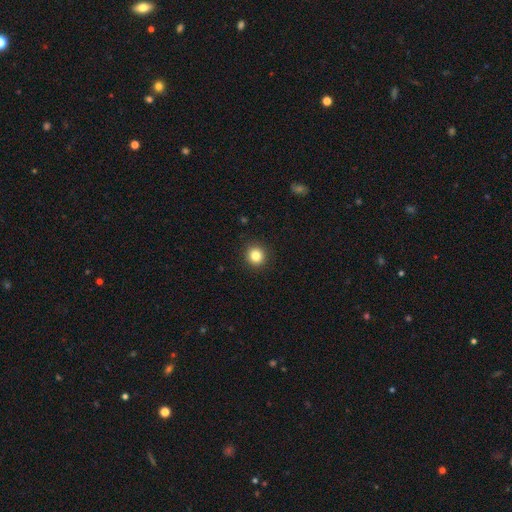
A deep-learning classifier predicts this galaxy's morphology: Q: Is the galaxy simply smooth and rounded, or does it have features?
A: smooth — 84%.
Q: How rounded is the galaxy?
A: round — 91%.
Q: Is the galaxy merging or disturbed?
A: none — 92%.